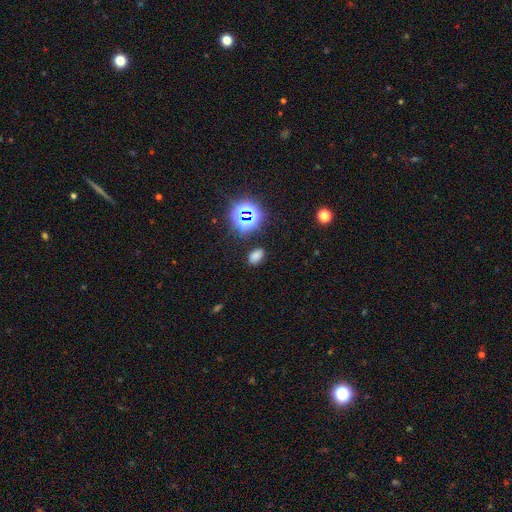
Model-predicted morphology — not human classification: The model was most divided on "smooth or featured": smooth: 67%, star or artifact: 27%, featured or disk: 6%. More confident: how rounded — in between (86%); merging — none (84%).